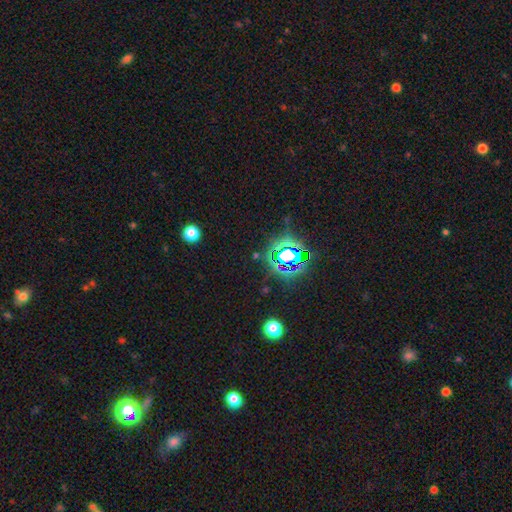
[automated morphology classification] A star or artifact, not a galaxy (77%).

Vote fractions:
- Smooth or featured? star or artifact: 77% / smooth: 15% / featured or disk: 8%